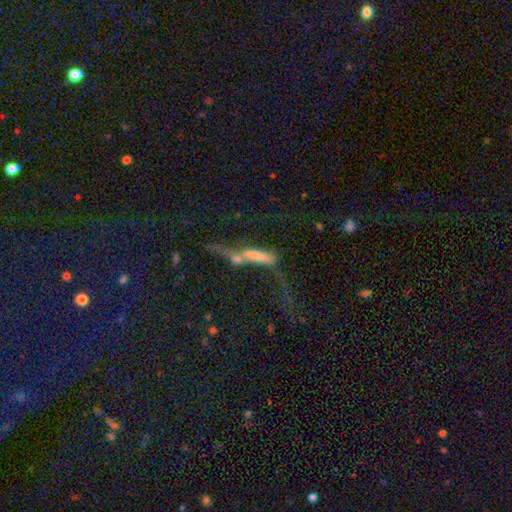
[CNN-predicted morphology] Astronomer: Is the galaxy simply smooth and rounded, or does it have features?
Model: smooth — 51% (runner-up: featured or disk, 37%).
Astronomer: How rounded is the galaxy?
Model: cigar-shaped — 72%.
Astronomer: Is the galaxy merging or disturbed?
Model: merger — 55%.